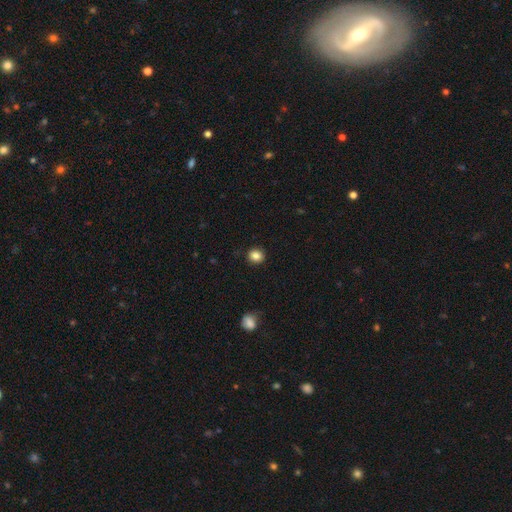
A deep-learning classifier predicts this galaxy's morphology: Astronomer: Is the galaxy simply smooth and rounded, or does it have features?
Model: smooth — 85%.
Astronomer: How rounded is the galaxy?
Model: round — 77%.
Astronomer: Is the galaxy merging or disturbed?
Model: none — 90%.